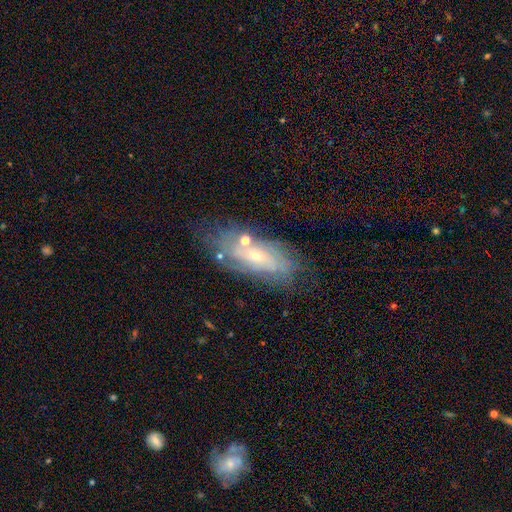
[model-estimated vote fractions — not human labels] A featured or disk galaxy (68%) with no bar (70%), spiral arms (77%) and a small central bulge (76%). Merging: none (64%).